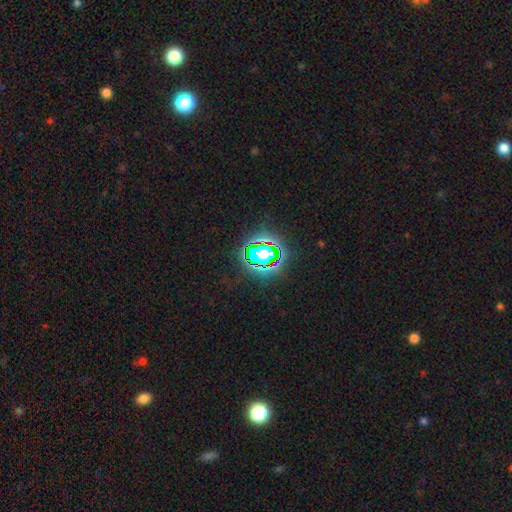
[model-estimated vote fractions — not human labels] A star or artifact, not a galaxy (77%).